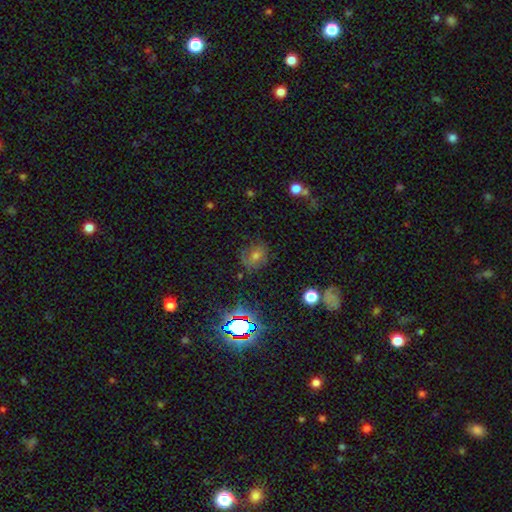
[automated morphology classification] Smooth or featured? smooth (46%)
Merging? none (62%)